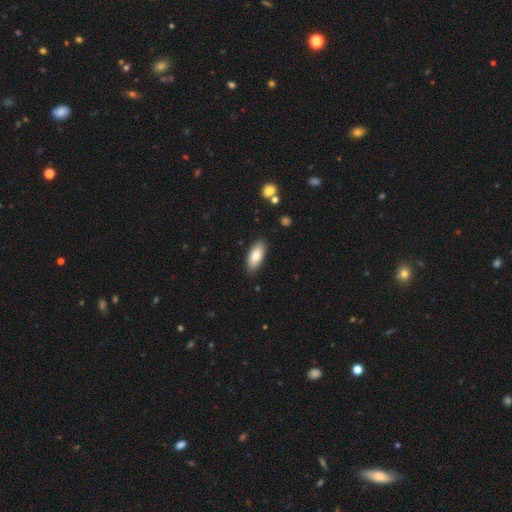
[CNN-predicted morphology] A smooth galaxy with no disk features (80%) that is in between round and cigar-shaped (84%). Merging: none (87%).